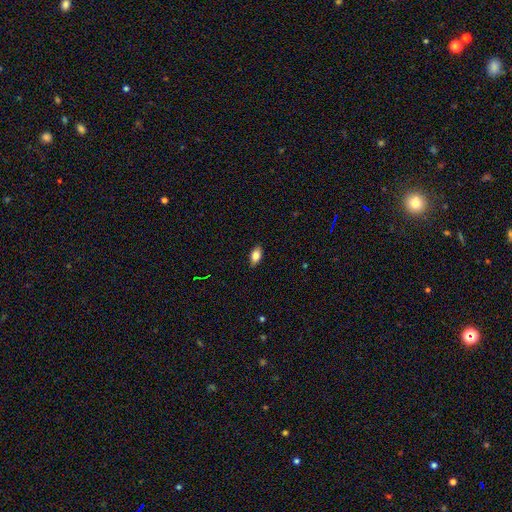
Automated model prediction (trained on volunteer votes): Morphology: type=smooth (81%); roundness=in between (89%); merging=none (87%).